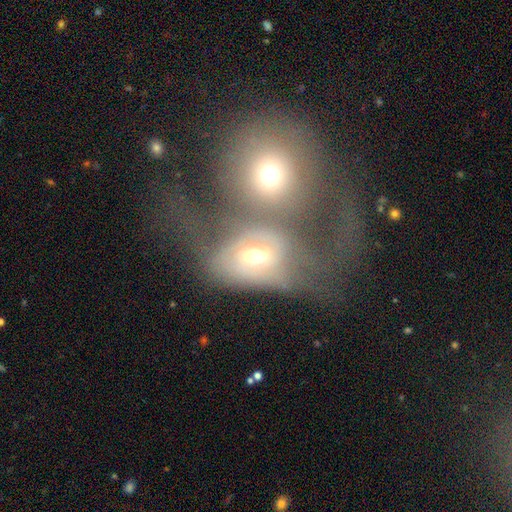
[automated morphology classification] Smooth or featured: featured or disk — 48% (smooth — 43%)
Merging: merger — 67% (major disturbance — 19%)